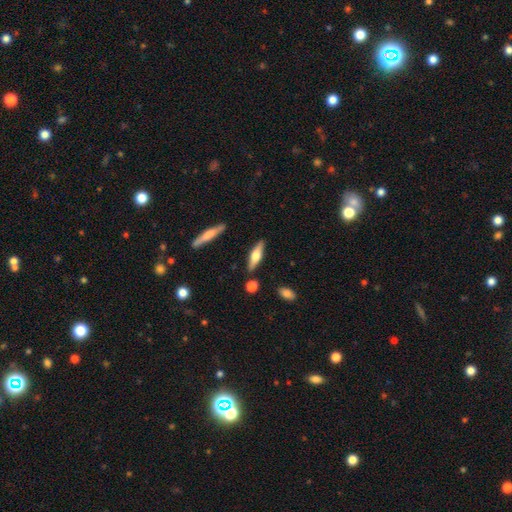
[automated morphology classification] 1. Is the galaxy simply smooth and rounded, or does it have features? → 48% smooth, 46% featured or disk, 6% star or artifact.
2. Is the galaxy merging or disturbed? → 84% none, 10% minor disturbance, 4% merger, 2% major disturbance.